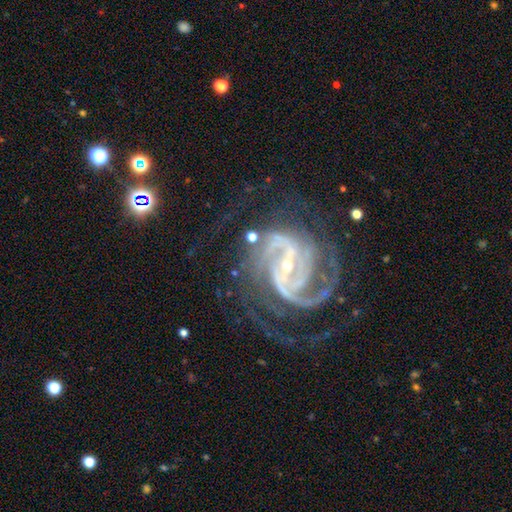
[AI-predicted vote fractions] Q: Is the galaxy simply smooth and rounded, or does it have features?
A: featured or disk — 90%.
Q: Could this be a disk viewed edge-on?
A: no — 98%.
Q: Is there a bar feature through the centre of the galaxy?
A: strong — 52%.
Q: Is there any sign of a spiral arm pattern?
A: yes — 98%.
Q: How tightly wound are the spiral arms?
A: tight — 53%.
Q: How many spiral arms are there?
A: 2 — 39%.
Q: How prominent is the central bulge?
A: small — 77%.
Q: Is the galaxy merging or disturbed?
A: none — 65%.